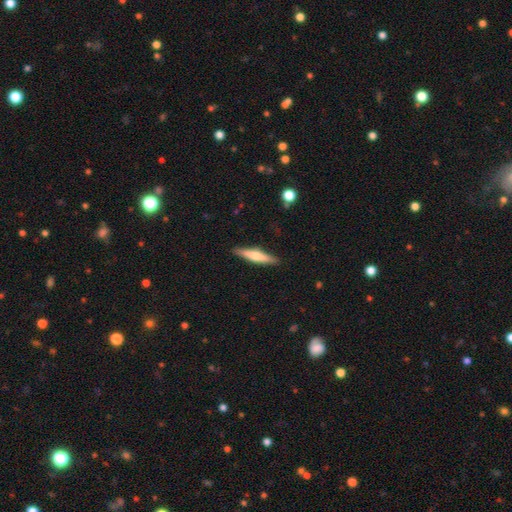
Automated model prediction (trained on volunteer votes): smooth-or-featured: smooth: 49% | featured or disk: 45% | star or artifact: 6%
  merging: none: 89% | minor disturbance: 8% | major disturbance: 2% | merger: 1%